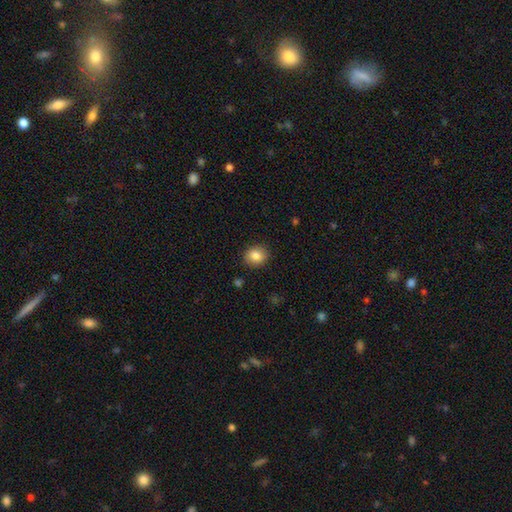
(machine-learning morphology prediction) A smooth galaxy with no disk features (85%) that is round (65%). Merging: none (87%).